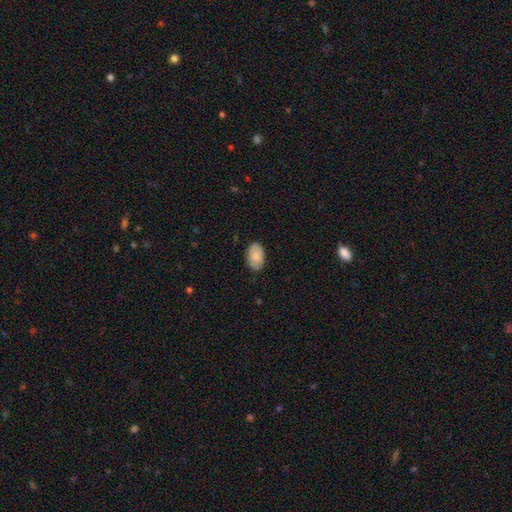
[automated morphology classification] Smooth or featured: smooth — 85% (featured or disk — 9%)
How rounded: in between — 92% (round — 7%)
Merging: none — 84% (minor disturbance — 13%)